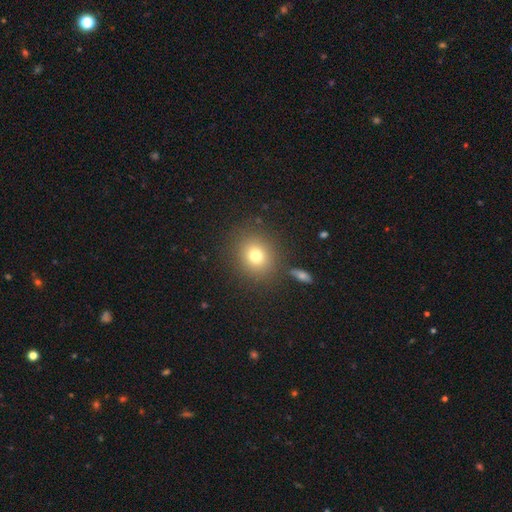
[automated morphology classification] Smooth or featured? Predicted: smooth (p=0.76). How rounded? Predicted: round (p=0.76). Merging? Predicted: none (p=0.84).